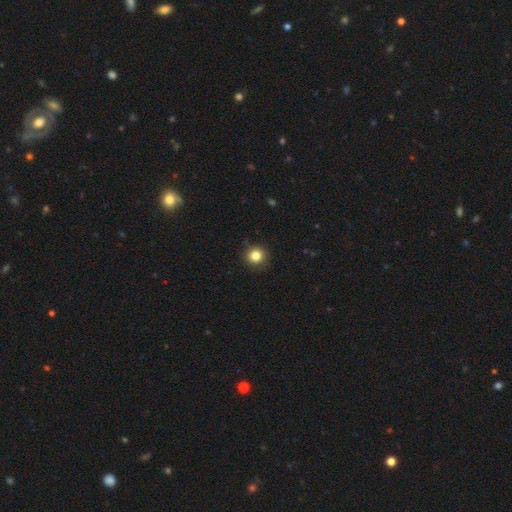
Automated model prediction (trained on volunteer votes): Morphology: type=smooth (84%); roundness=round (92%); merging=none (90%).